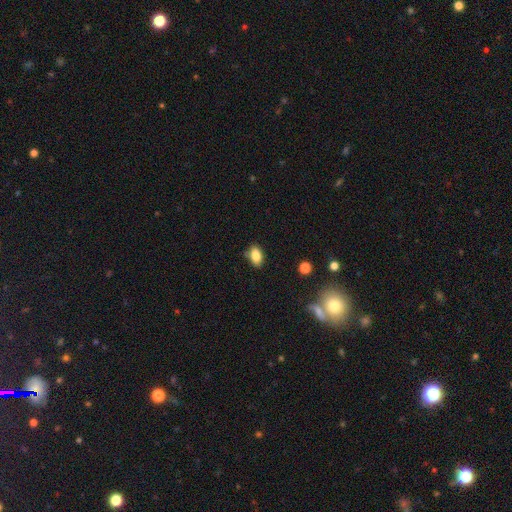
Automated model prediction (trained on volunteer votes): Morphology: type=smooth (84%); roundness=in between (87%); merging=none (78%).